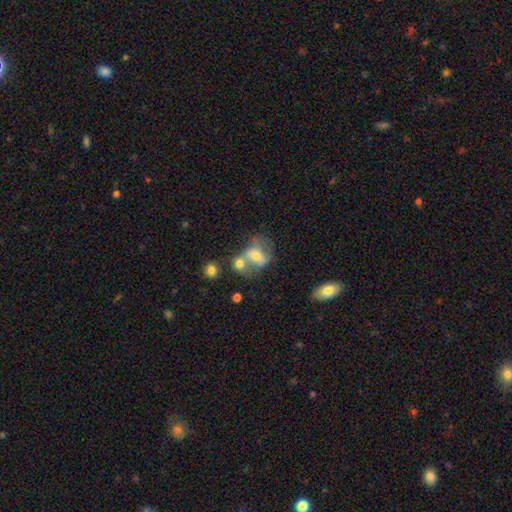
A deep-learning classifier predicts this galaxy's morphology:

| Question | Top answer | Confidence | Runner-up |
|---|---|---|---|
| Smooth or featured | smooth | 46% | featured or disk (44%) |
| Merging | merger | 52% | none (24%) |